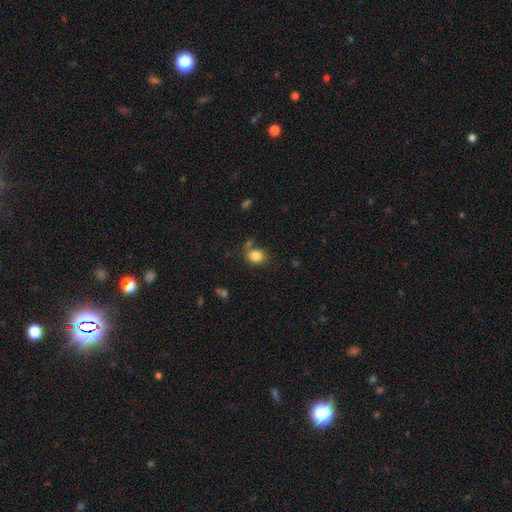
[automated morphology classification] type=smooth (83%); roundness=round (56%); merging=none (67%).